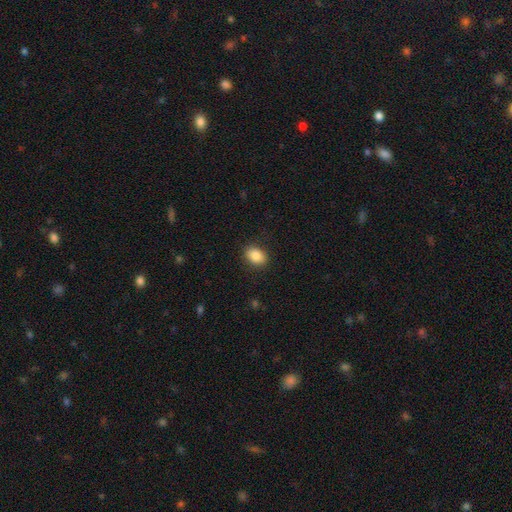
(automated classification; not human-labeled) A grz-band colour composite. It shows a smooth galaxy with no disk features (86%) that is in between round and cigar-shaped (73%). Merging: none (87%).